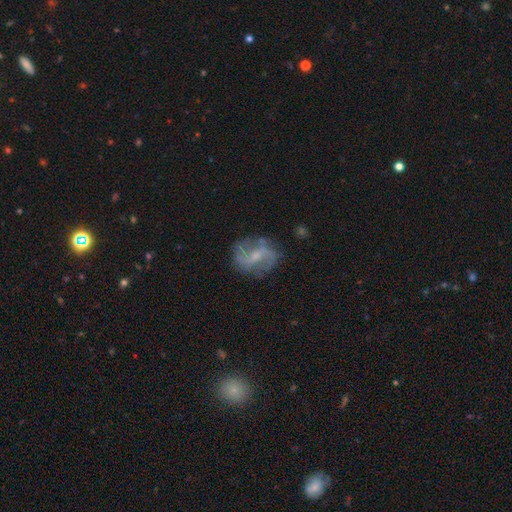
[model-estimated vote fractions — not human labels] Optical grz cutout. It shows a featured or disk galaxy (79%) with a weak bar (51%), 2 (84%) loose (49%) spiral arms (91%) and a small central bulge (54%). Merging: none (72%).